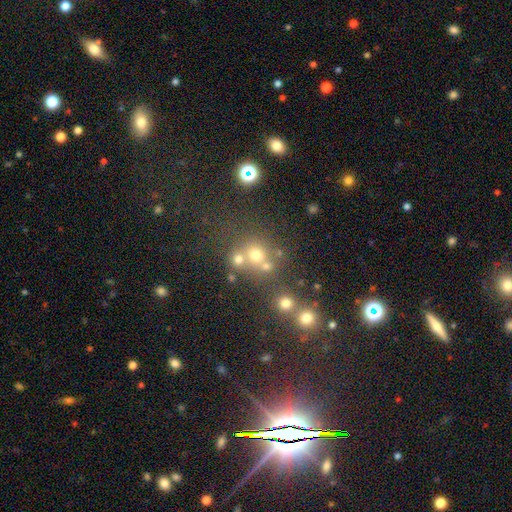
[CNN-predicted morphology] smooth_or_featured: smooth (p=0.62) [alt: star or artifact p=0.25]
how_rounded: round (p=0.85) [alt: in between p=0.14]
merging: none (p=0.56) [alt: merger p=0.29]